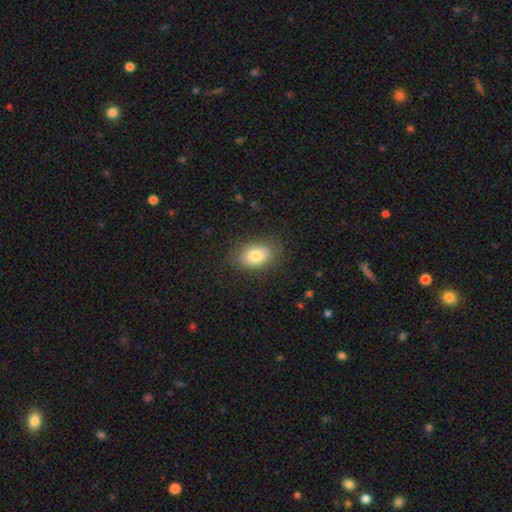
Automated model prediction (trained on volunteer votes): A smooth galaxy with no disk features (77%) that is in between round and cigar-shaped (86%). Merging: none (80%).